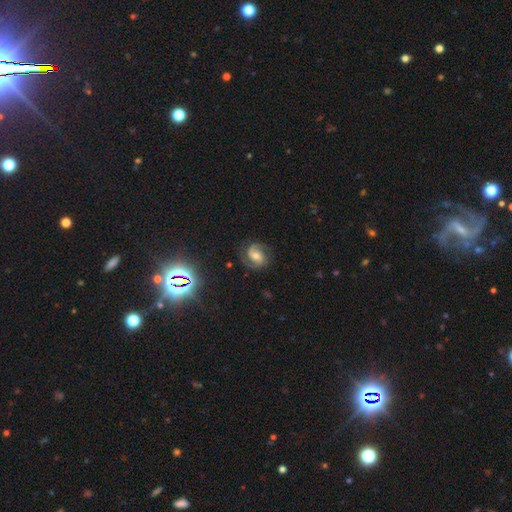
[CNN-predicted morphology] The model was most divided on "bar": no: 46%, weak: 39%, strong: 15%. More confident: edge-on disk — no (98%); spiral arms — yes (97%); spiral arm count — 2 (90%); smooth or featured — featured or disk (83%); merging — none (80%); bulge size — moderate (63%); spiral winding — medium (52%).